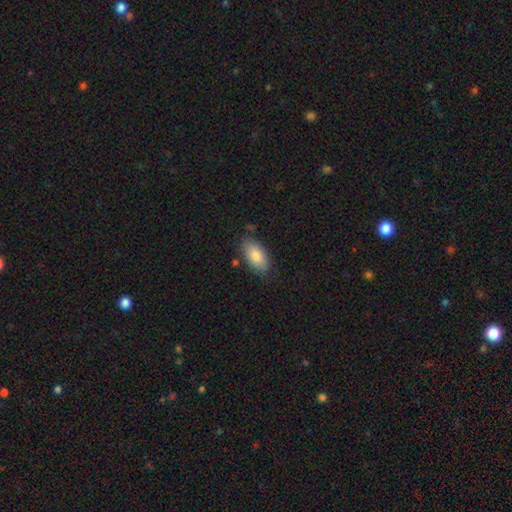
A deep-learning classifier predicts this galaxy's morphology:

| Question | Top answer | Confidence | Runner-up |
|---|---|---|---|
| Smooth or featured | smooth | 84% | featured or disk (10%) |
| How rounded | in between | 93% | cigar-shaped (4%) |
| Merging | none | 80% | minor disturbance (15%) |